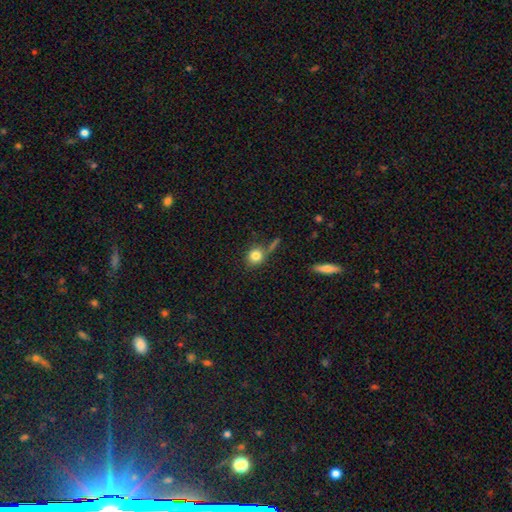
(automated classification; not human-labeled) Smooth or featured: smooth — 80% (star or artifact — 11%)
How rounded: round — 81% (in between — 17%)
Merging: none — 63% (minor disturbance — 16%)